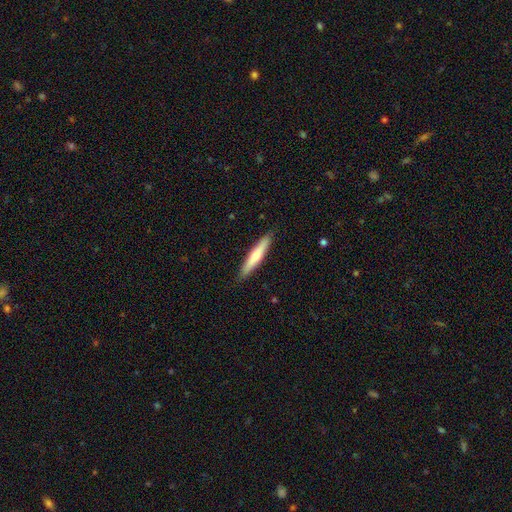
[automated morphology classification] smooth 58%, featured or disk 36%, star or artifact 5%. Down the decision tree: how rounded — cigar-shaped (91%); merging — none (89%).